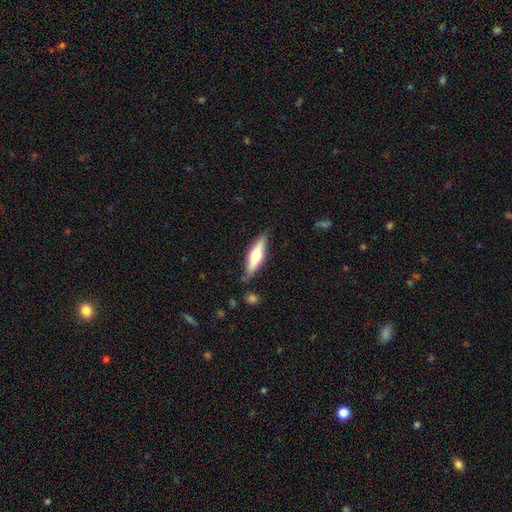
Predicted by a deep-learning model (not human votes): Q: Smooth or featured?
A: featured or disk (48%); runner-up: smooth (46%)
Q: Merging?
A: none (82%); runner-up: minor disturbance (13%)